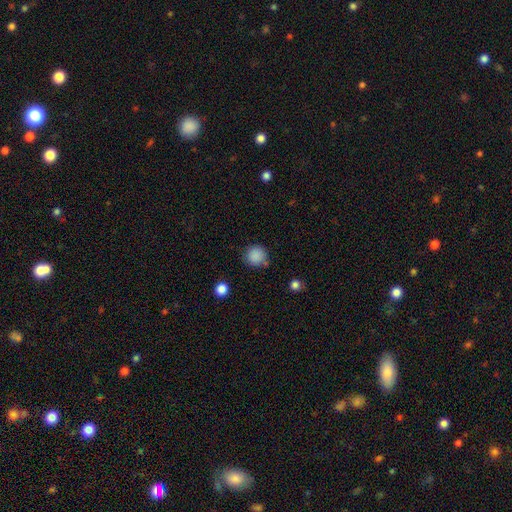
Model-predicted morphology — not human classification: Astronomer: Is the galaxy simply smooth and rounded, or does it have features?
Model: smooth — 87%.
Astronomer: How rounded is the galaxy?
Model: round — 93%.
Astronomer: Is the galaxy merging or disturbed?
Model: none — 79%.